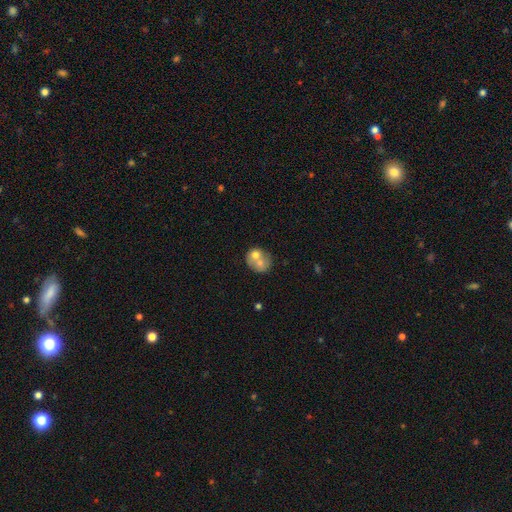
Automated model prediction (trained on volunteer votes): Smooth or featured? Predicted: smooth (p=0.62). How rounded? Predicted: round (p=0.71). Merging? Predicted: merger (p=0.61).